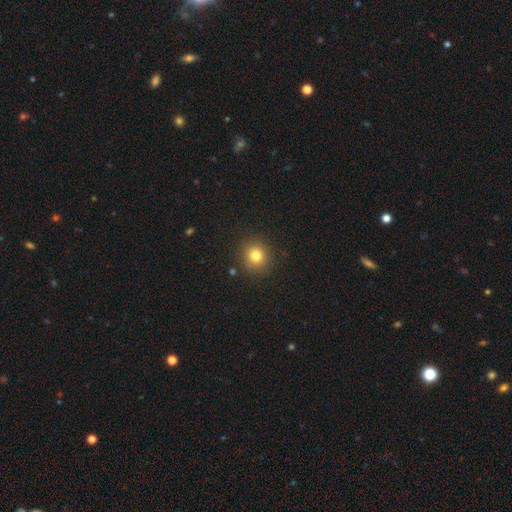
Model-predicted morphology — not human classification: type=smooth (79%); roundness=round (91%); merging=none (88%).